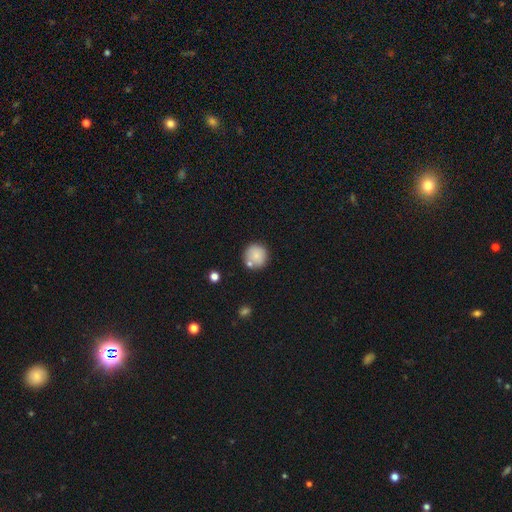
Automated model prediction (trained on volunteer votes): smooth_or_featured: smooth (p=0.82) [alt: featured or disk p=0.09]
how_rounded: round (p=0.93) [alt: in between p=0.06]
merging: none (p=0.74) [alt: minor disturbance p=0.11]